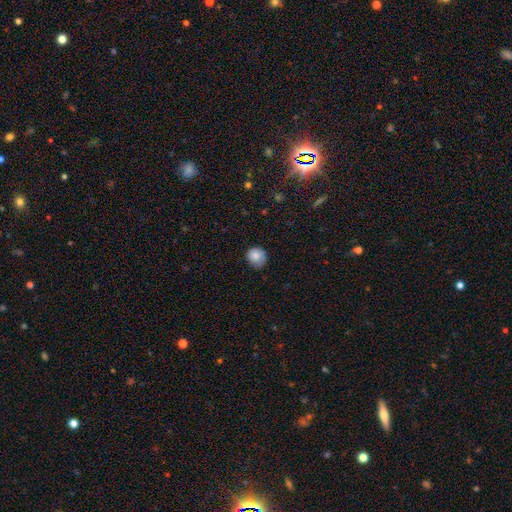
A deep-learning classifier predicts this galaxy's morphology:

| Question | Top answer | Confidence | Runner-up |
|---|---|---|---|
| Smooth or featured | smooth | 84% | star or artifact (9%) |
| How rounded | round | 87% | in between (12%) |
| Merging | none | 73% | minor disturbance (22%) |